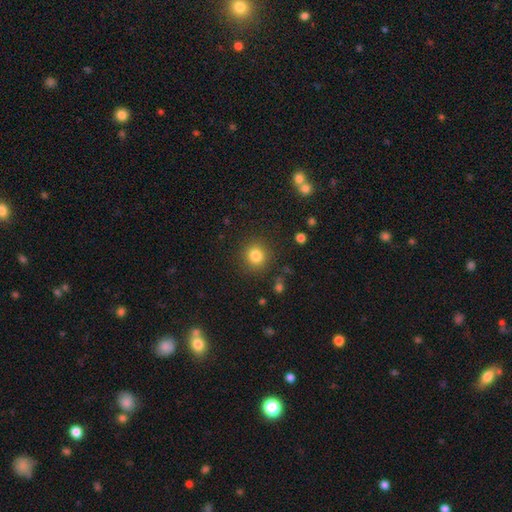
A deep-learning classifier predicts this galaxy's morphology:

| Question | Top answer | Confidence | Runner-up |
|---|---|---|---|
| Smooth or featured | smooth | 82% | star or artifact (12%) |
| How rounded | round | 90% | in between (9%) |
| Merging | none | 88% | minor disturbance (7%) |